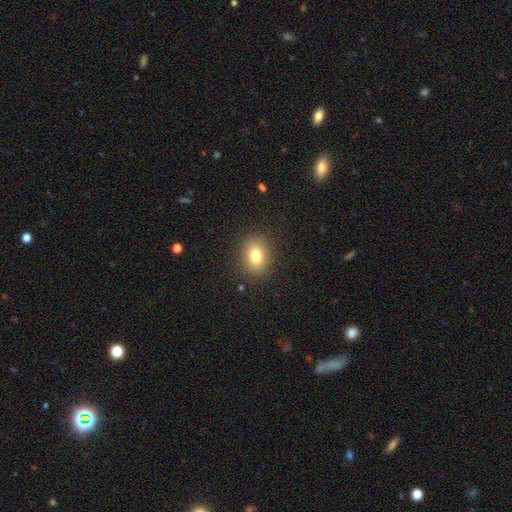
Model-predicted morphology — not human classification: This is likely a smooth galaxy (80%). How rounded: possibly in between (59%). Merging: clearly none (87%).